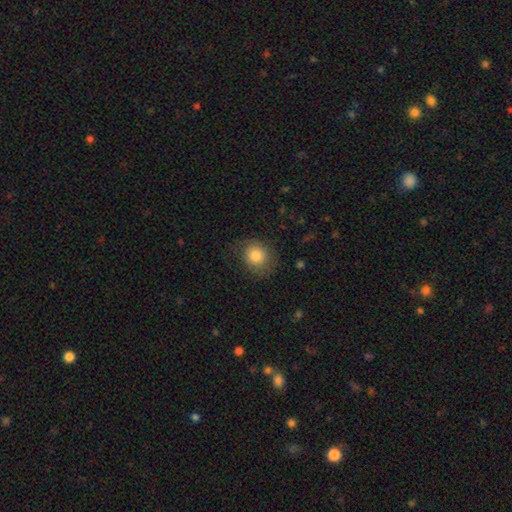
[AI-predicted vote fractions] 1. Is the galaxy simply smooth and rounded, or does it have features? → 82% smooth, 10% featured or disk, 9% star or artifact.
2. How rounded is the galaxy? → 75% round, 25% in between, 1% cigar-shaped.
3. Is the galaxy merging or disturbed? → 73% none, 18% minor disturbance, 7% major disturbance, 1% merger.